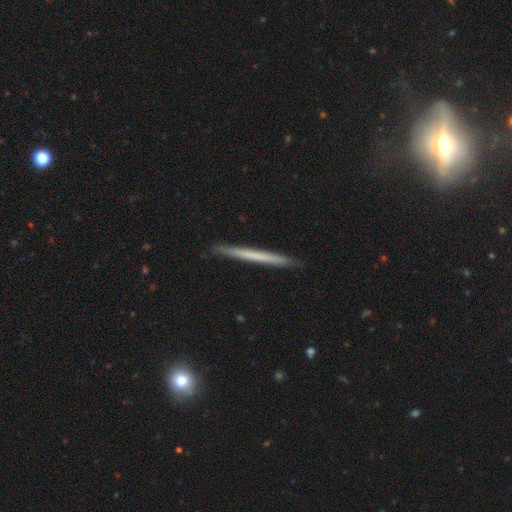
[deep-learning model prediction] smooth_or_featured: smooth (p=0.53) [alt: featured or disk p=0.42]
how_rounded: cigar-shaped (p=0.97) [alt: in between p=0.01]
merging: none (p=0.91) [alt: minor disturbance p=0.07]